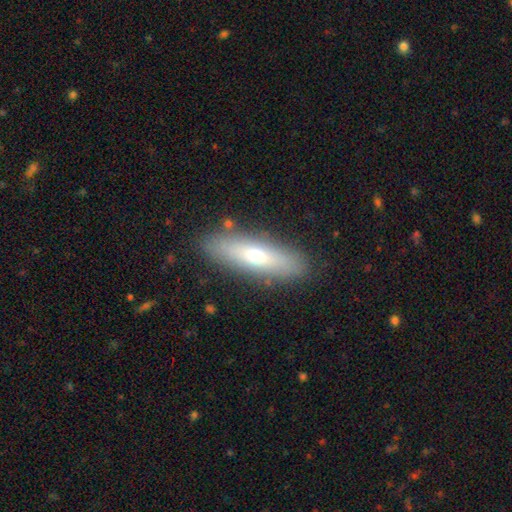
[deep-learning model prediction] The model was most divided on "smooth or featured": smooth: 53%, featured or disk: 39%, star or artifact: 8%. More confident: merging — none (86%); how rounded — cigar-shaped (63%).